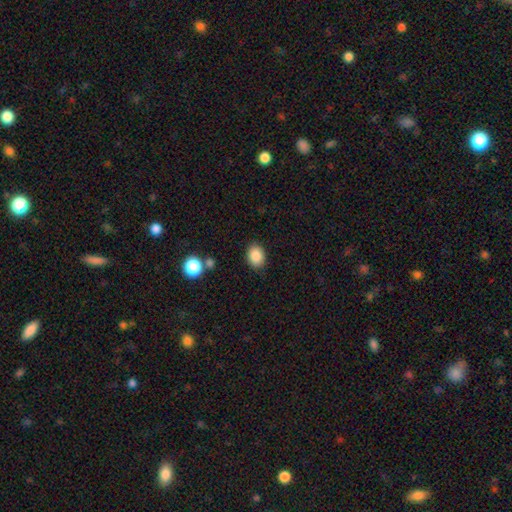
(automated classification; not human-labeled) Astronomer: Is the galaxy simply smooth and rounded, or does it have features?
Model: smooth — 86%.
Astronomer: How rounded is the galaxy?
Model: in between — 65%.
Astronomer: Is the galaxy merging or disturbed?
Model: none — 85%.